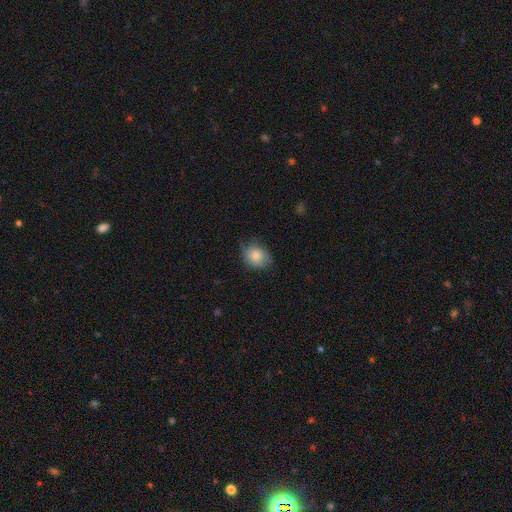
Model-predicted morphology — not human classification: smooth-or-featured: smooth: 78% | featured or disk: 14% | star or artifact: 7%
  how-rounded: round: 54% | in between: 45% | cigar-shaped: 1%
  merging: none: 62% | minor disturbance: 29% | major disturbance: 7% | merger: 1%